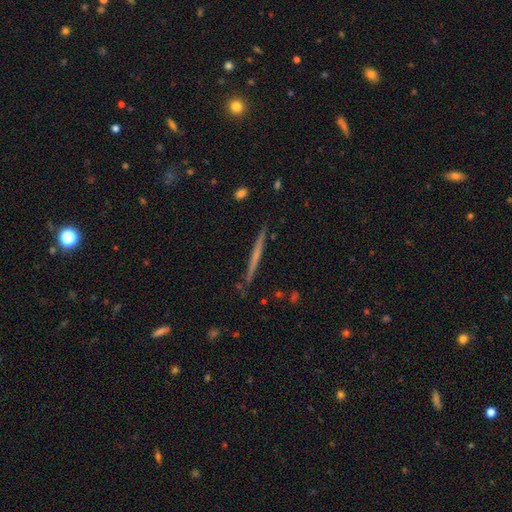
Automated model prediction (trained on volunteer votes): A featured or disk galaxy (55%) viewed edge-on (98%) with no central bulge (82%).

Vote fractions:
- Smooth or featured? featured or disk: 55% / smooth: 39% / star or artifact: 6%
- Edge-on disk? yes: 98% / no: 2%
- Edge-on bulge? none: 82% / rounded: 14% / boxy: 5%
- Merging? none: 90% / minor disturbance: 8% / major disturbance: 1% / merger: 1%